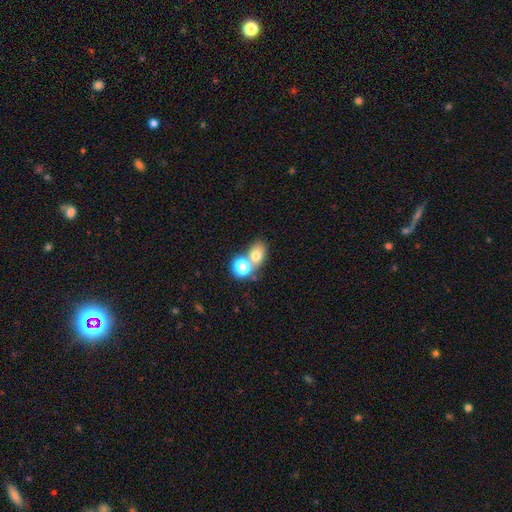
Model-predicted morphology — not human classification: Smooth or featured: smooth — 71% (star or artifact — 15%)
How rounded: in between — 55% (round — 44%)
Merging: merger — 44% (none — 43%)